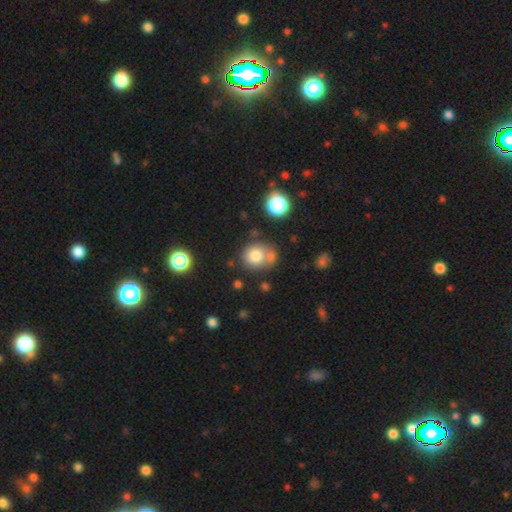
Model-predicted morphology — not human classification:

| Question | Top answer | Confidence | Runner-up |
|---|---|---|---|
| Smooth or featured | smooth | 77% | star or artifact (12%) |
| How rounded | round | 80% | in between (19%) |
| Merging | none | 55% | merger (26%) |